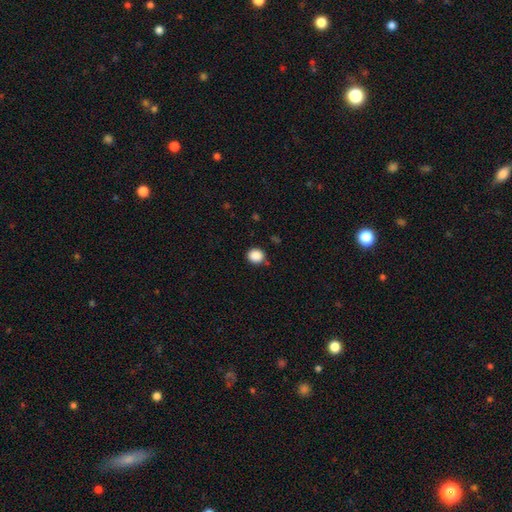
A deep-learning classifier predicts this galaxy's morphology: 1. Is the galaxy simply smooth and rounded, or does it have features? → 88% smooth, 9% star or artifact, 3% featured or disk.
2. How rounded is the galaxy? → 81% round, 18% in between, 1% cigar-shaped.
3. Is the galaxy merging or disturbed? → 85% none, 10% minor disturbance, 3% major disturbance, 3% merger.